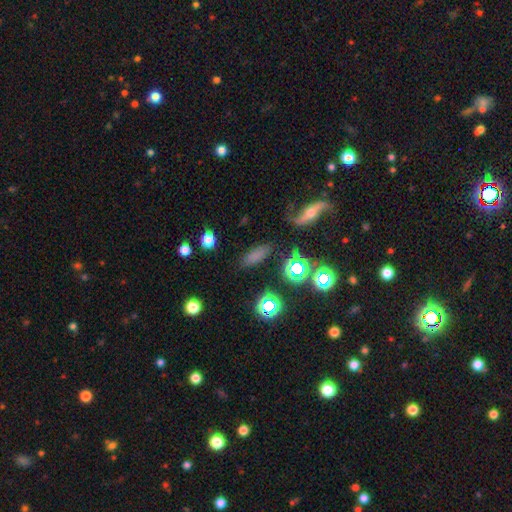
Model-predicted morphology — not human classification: Smooth or featured: smooth — 68% (star or artifact — 18%)
How rounded: in between — 60% (cigar-shaped — 32%)
Merging: none — 78% (minor disturbance — 12%)